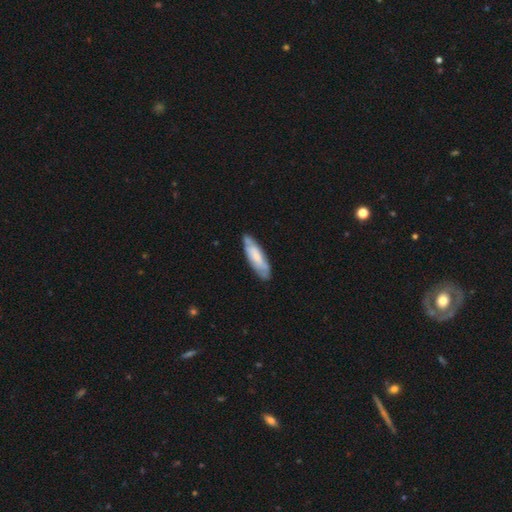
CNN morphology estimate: Smooth or featured? smooth (62%)
How rounded? cigar-shaped (58%)
Merging? none (73%)